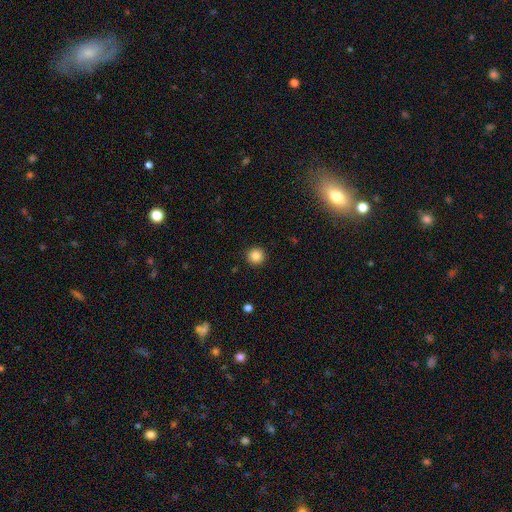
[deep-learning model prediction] Smooth or featured? Predicted: smooth (p=0.85). How rounded? Predicted: round (p=0.95). Merging? Predicted: none (p=0.92).